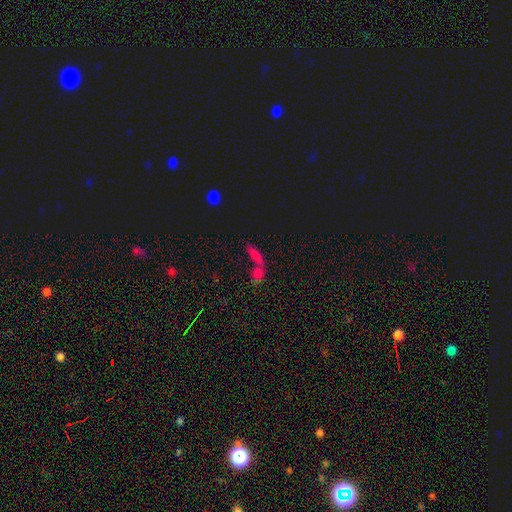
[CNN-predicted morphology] smooth-or-featured: smooth: 58% | star or artifact: 28% | featured or disk: 14%
  how-rounded: in between: 52% | cigar-shaped: 38% | round: 11%
  merging: merger: 56% | none: 30% | minor disturbance: 8% | major disturbance: 6%